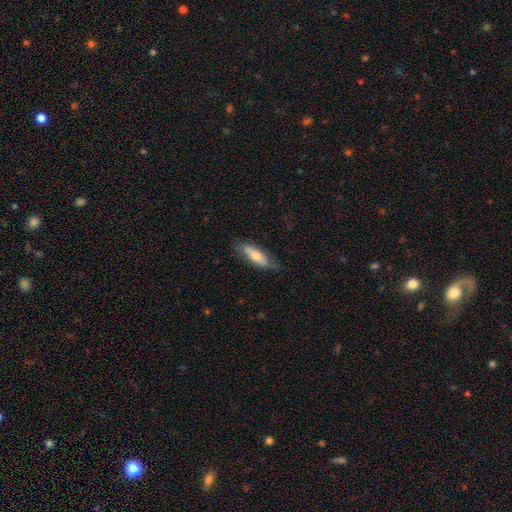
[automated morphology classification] Smooth or featured? Predicted: smooth (p=0.63). How rounded? Predicted: cigar-shaped (p=0.52). Merging? Predicted: none (p=0.76).